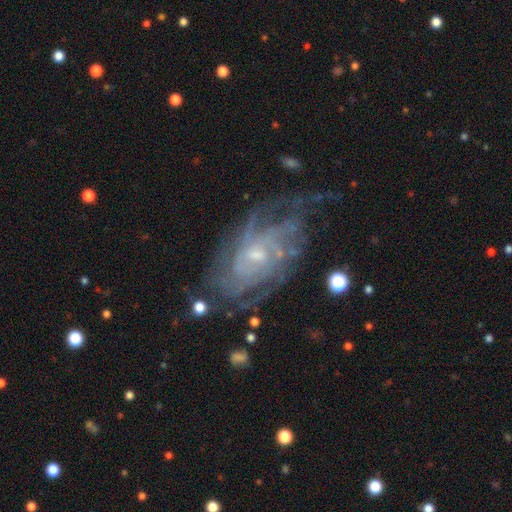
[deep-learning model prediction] This is clearly a featured or disk galaxy (86%). It is clearly not viewed edge-on (96%). Bar: possibly no (57%). Spiral arm pattern: clearly yes (94%). Spiral arm count: marginally can't tell (41%). Spiral winding: possibly tight (58%). Central bulge: possibly small (59%). Merging: likely none (61%).